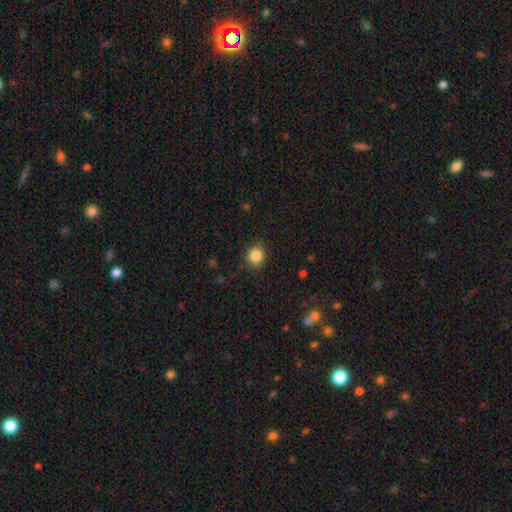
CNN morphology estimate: This is clearly a smooth galaxy (85%). How rounded: clearly round (82%). Merging: clearly none (87%).